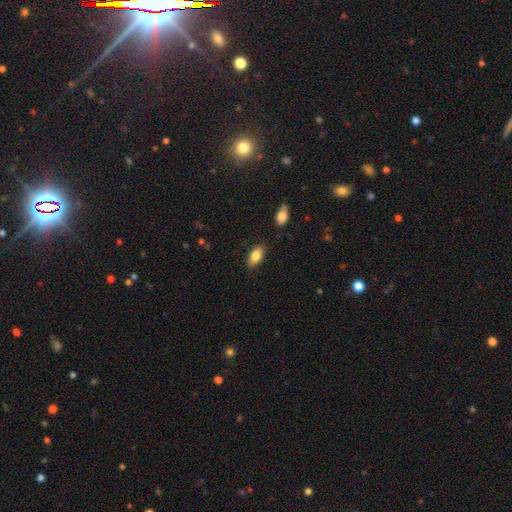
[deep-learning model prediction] smooth-or-featured: smooth: 81% | featured or disk: 12% | star or artifact: 7%
  how-rounded: in between: 89% | cigar-shaped: 8% | round: 3%
  merging: none: 84% | minor disturbance: 11% | major disturbance: 3% | merger: 2%